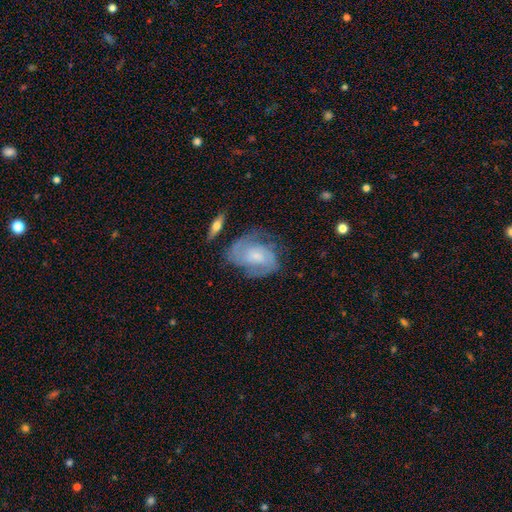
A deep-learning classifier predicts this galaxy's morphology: A featured or disk galaxy (78%) with no bar (57%), 2 (60%) medium (44%) spiral arms (93%) and a small central bulge (46%).

Vote fractions:
- Smooth or featured? featured or disk: 78% / smooth: 16% / star or artifact: 6%
- Edge-on disk? no: 97% / yes: 3%
- Bar? no: 57% / weak: 36% / strong: 8%
- Spiral arms? yes: 93% / no: 7%
- Spiral winding? medium: 44% / tight: 43% / loose: 13%
- Spiral arm count? 2: 60% / can't tell: 19% / 3: 12% / 1: 4% / 4: 3% / more than 4: 3%
- Bulge size? small: 46% / moderate: 30% / none: 14% / large: 8% / dominant: 2%
- Merging? none: 62% / minor disturbance: 22% / major disturbance: 13% / merger: 3%